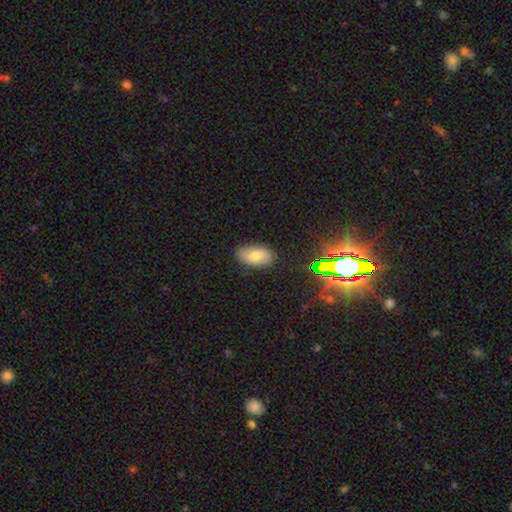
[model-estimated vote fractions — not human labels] The model was most divided on "smooth or featured": smooth: 71%, featured or disk: 17%, star or artifact: 12%. More confident: how rounded — in between (93%); merging — none (85%).